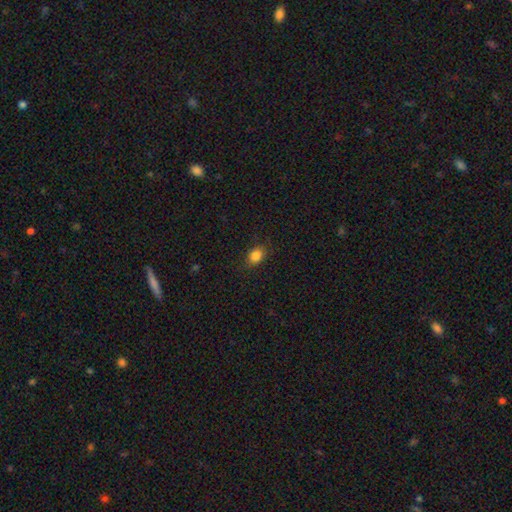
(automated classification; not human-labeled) Smooth or featured?
  - smooth: 85% *
  - star or artifact: 10%
  - featured or disk: 5%
How rounded?
  - in between: 64% *
  - round: 34%
  - cigar-shaped: 2%
Merging?
  - none: 83% *
  - minor disturbance: 13%
  - major disturbance: 3%
  - merger: 1%